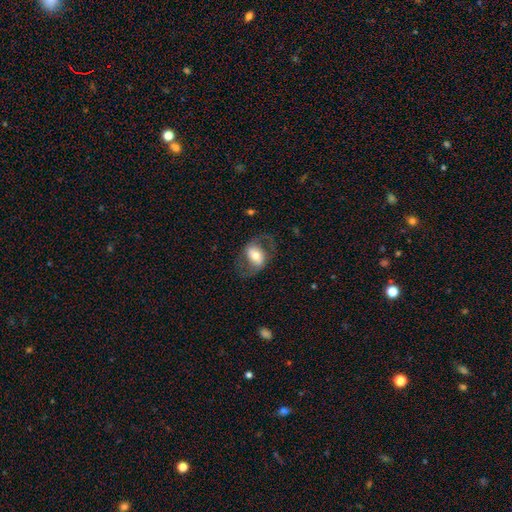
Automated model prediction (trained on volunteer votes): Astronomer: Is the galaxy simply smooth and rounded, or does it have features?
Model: featured or disk — 54% (runner-up: smooth, 39%).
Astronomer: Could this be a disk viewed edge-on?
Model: no — 93%.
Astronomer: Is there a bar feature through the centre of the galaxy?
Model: no — 37% (runner-up: weak, 33%).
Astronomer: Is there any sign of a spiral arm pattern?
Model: yes — 70%.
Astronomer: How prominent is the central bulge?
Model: moderate — 58%.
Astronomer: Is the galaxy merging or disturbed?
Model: none — 66%.